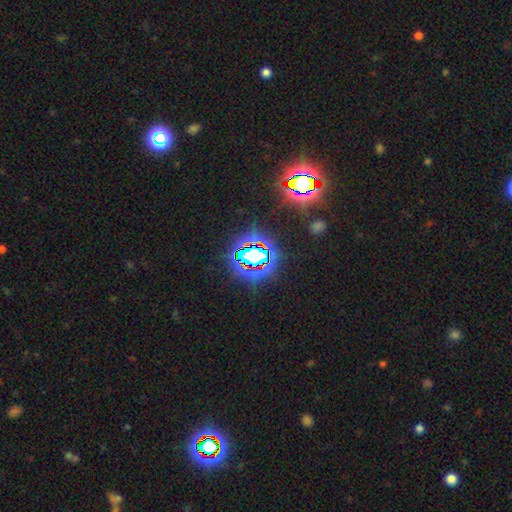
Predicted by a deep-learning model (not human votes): A star or artifact, not a galaxy (77%).